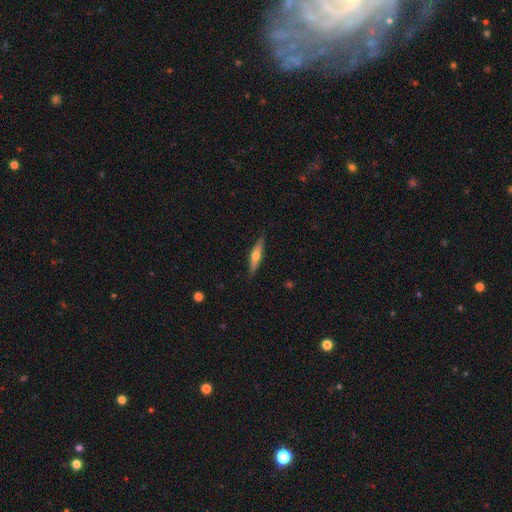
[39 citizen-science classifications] A featured or disk galaxy (56%) viewed edge-on (86%) with a rounded central bulge (95%).

Vote fractions:
- Smooth or featured? featured or disk: 56% / smooth: 33% / star or artifact: 10%
- Edge-on disk? yes: 86% / no: 14%
- Edge-on bulge? rounded: 95% / boxy: 5% / none: 0%
- Merging? none: 94% / minor disturbance: 6% / major disturbance: 0% / merger: 0%